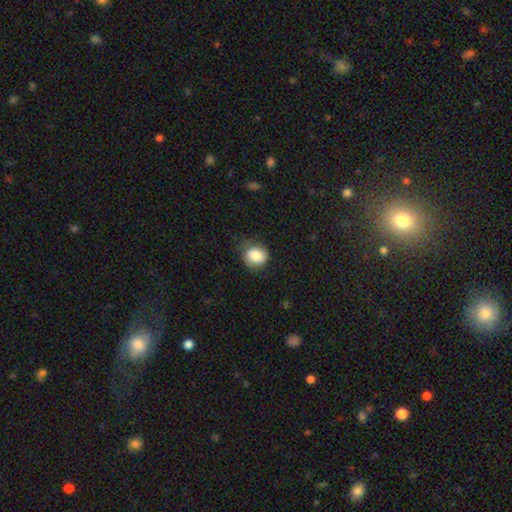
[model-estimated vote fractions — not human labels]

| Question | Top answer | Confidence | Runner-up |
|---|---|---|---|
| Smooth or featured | smooth | 83% | featured or disk (9%) |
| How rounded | round | 70% | in between (29%) |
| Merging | none | 66% | minor disturbance (24%) |